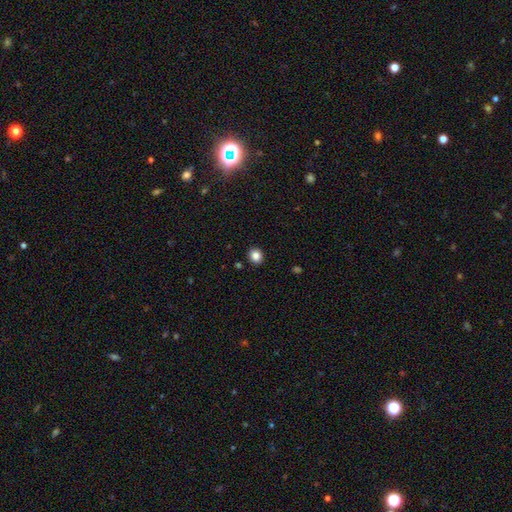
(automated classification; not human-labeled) A smooth galaxy with no disk features (85%) that is round (74%).

Vote fractions:
- Smooth or featured? smooth: 85% / star or artifact: 11% / featured or disk: 5%
- How rounded? round: 74% / in between: 25% / cigar-shaped: 1%
- Merging? none: 91% / minor disturbance: 6% / major disturbance: 2% / merger: 1%